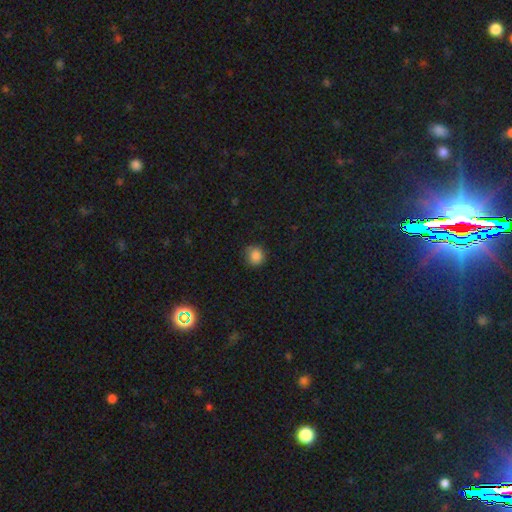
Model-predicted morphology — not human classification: Smooth or featured? smooth (85%)
How rounded? round (88%)
Merging? none (82%)